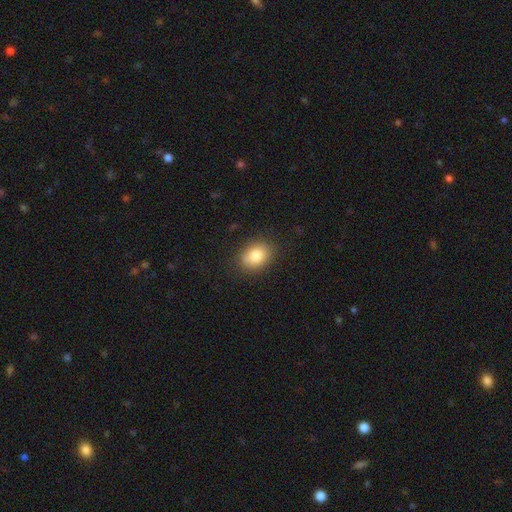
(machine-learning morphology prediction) A smooth galaxy with no disk features (83%) that is in between round and cigar-shaped (66%). Merging: none (83%).